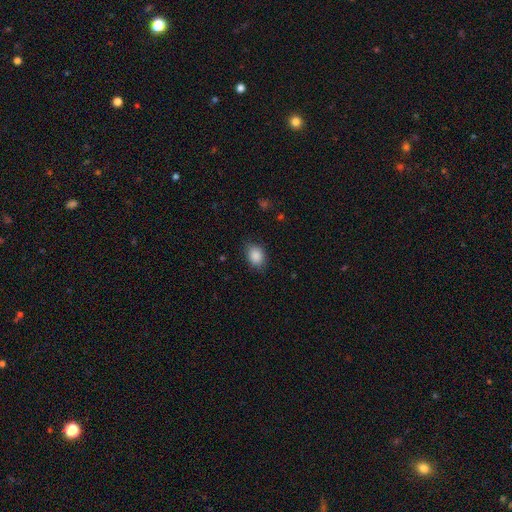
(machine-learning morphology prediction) Q: Smooth or featured?
A: smooth (88%); runner-up: star or artifact (8%)
Q: How rounded?
A: in between (68%); runner-up: round (31%)
Q: Merging?
A: none (79%); runner-up: minor disturbance (16%)